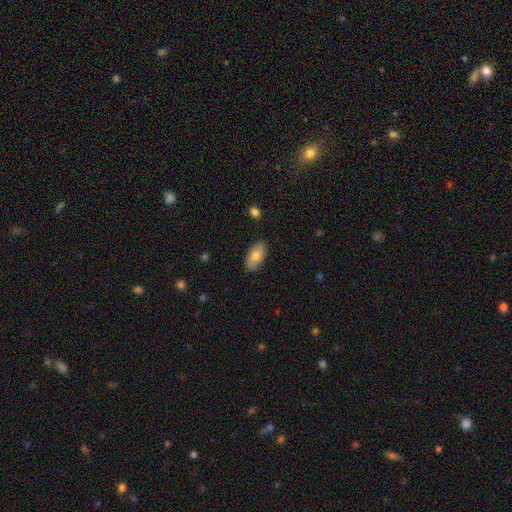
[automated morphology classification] This appears to be a smooth galaxy with no disk features (76%) that is in between round and cigar-shaped (93%). Merging: none (85%).